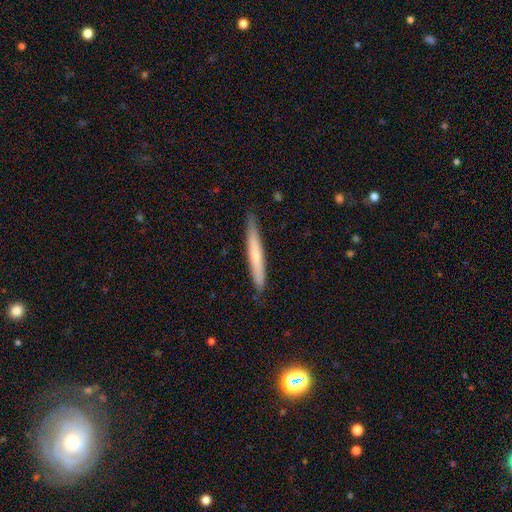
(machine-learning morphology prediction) This is possibly a smooth galaxy (58%). How rounded: clearly cigar-shaped (96%). Merging: clearly none (87%).